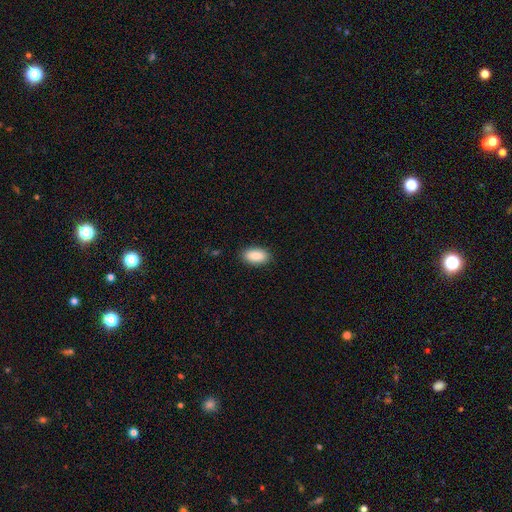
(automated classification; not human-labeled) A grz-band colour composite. It shows a smooth galaxy with no disk features (90%) that is in between round and cigar-shaped (94%). Merging: none (89%).